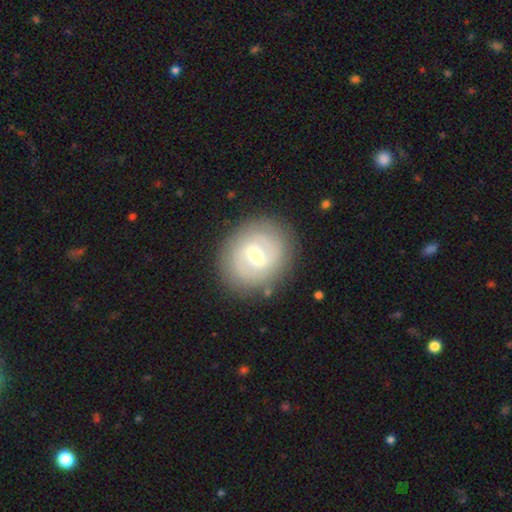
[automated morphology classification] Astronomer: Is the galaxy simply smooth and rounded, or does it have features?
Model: featured or disk — 63%.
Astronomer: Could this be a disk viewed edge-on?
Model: no — 96%.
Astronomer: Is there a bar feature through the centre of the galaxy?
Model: weak — 59%.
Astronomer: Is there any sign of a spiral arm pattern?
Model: yes — 71%.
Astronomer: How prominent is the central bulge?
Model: moderate — 57% (runner-up: small, 38%).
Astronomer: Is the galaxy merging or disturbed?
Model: none — 84%.